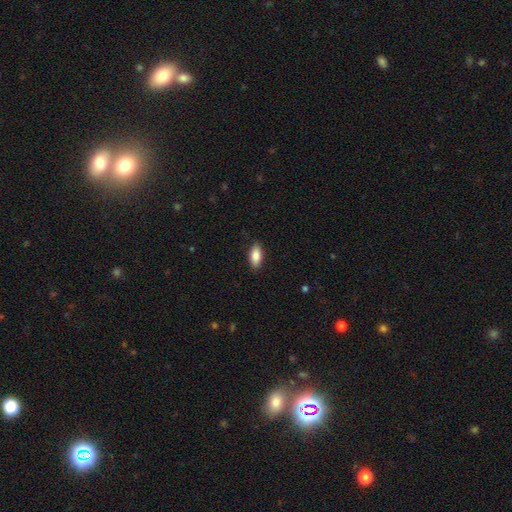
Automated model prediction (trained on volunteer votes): This is clearly a smooth galaxy (86%). How rounded: clearly in between (89%). Merging: clearly none (88%).